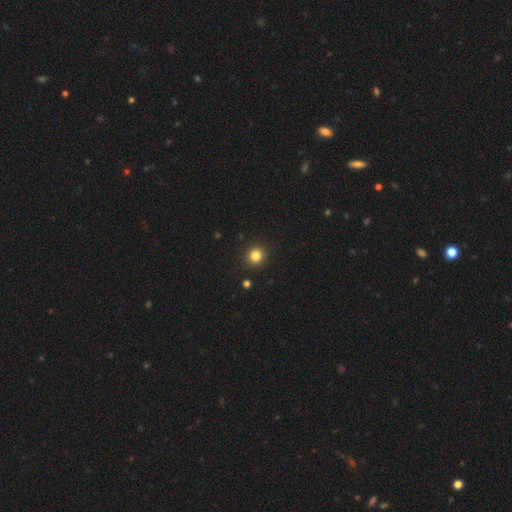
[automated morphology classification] Smooth or featured?
  - smooth: 82% *
  - star or artifact: 13%
  - featured or disk: 5%
How rounded?
  - round: 91% *
  - in between: 8%
  - cigar-shaped: 1%
Merging?
  - none: 92% *
  - minor disturbance: 5%
  - major disturbance: 2%
  - merger: 1%